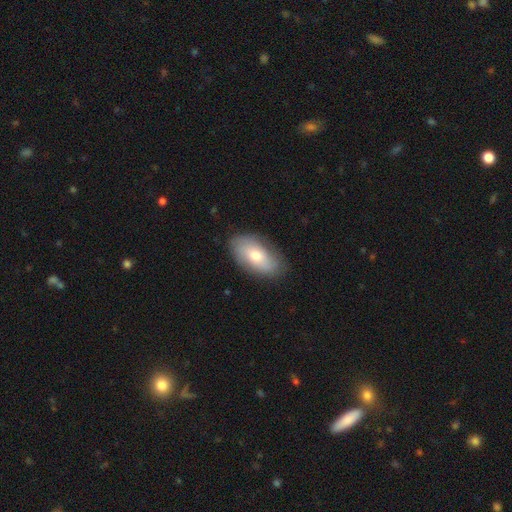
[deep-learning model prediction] A smooth galaxy with no disk features (67%) that is in between round and cigar-shaped (93%).

Vote fractions:
- Smooth or featured? smooth: 67% / featured or disk: 27% / star or artifact: 6%
- How rounded? in between: 93% / round: 4% / cigar-shaped: 3%
- Merging? none: 83% / minor disturbance: 13% / major disturbance: 3% / merger: 1%